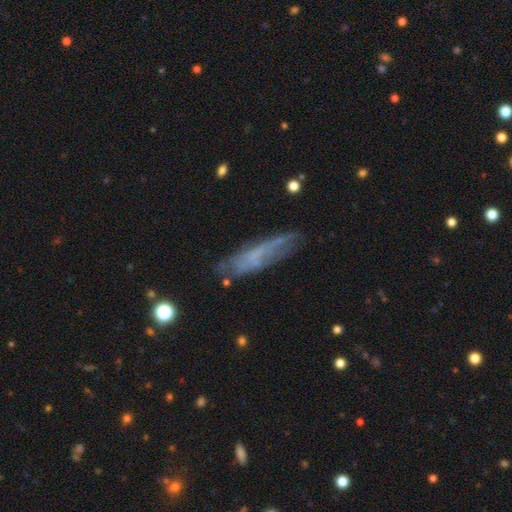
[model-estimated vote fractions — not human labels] A featured or disk galaxy (51%). Merging: none (61%).